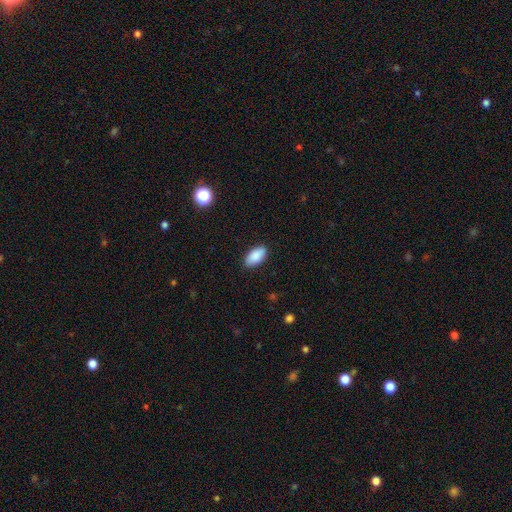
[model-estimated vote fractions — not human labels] Smooth or featured? smooth (89%)
How rounded? in between (94%)
Merging? none (88%)